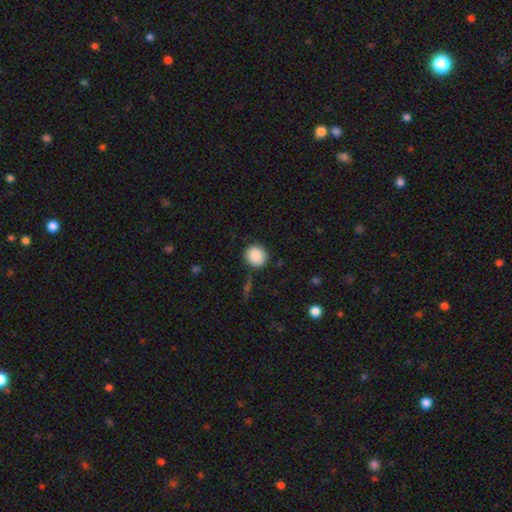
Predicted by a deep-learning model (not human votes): A smooth galaxy with no disk features (88%) that is round (87%). Merging: none (86%).